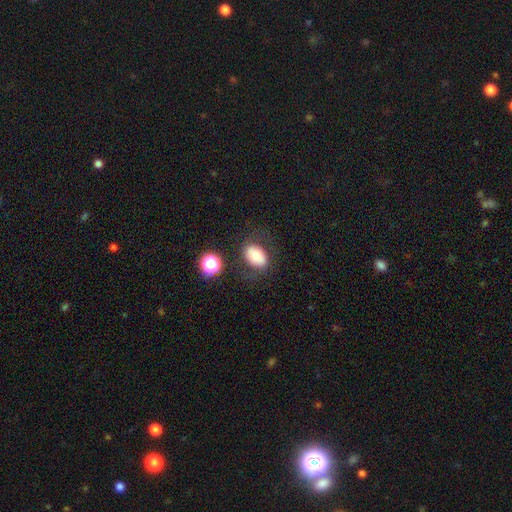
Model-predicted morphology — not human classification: Overall: smooth (70%). How rounded: in between (79%). Merging: none (74%).